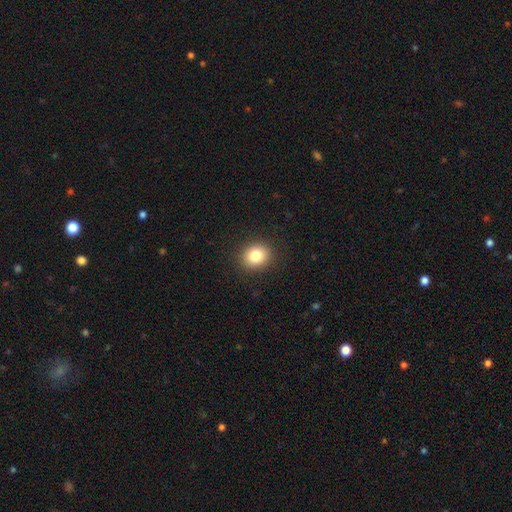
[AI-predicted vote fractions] Smooth or featured?
  - smooth: 82% *
  - star or artifact: 10%
  - featured or disk: 8%
How rounded?
  - round: 67% *
  - in between: 32%
  - cigar-shaped: 1%
Merging?
  - none: 90% *
  - minor disturbance: 7%
  - major disturbance: 2%
  - merger: 1%